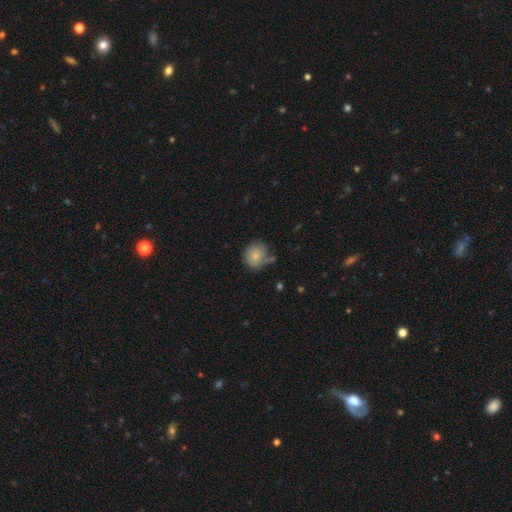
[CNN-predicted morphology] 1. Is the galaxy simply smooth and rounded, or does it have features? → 79% smooth, 13% featured or disk, 8% star or artifact.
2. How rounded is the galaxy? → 77% round, 22% in between, 1% cigar-shaped.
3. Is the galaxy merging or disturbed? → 66% none, 21% minor disturbance, 8% merger, 5% major disturbance.